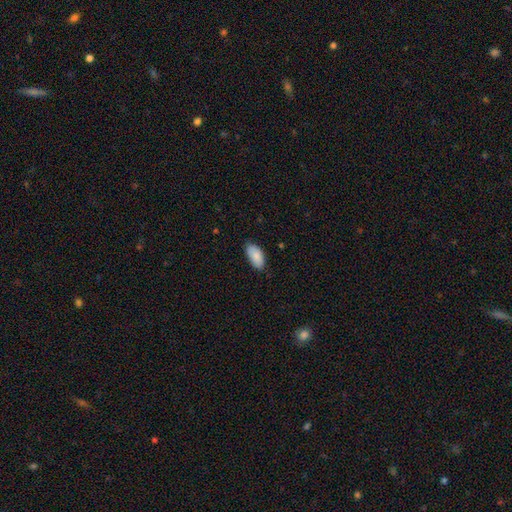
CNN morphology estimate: Smooth or featured?
  - smooth: 87% *
  - featured or disk: 7%
  - star or artifact: 6%
How rounded?
  - in between: 94% *
  - cigar-shaped: 3%
  - round: 2%
Merging?
  - none: 80% *
  - minor disturbance: 17%
  - major disturbance: 2%
  - merger: 1%